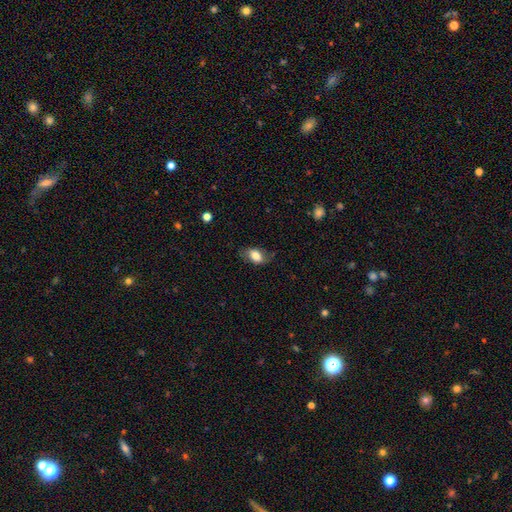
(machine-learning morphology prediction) Smooth or featured? Predicted: smooth (p=0.76). How rounded? Predicted: in between (p=0.88). Merging? Predicted: none (p=0.68).